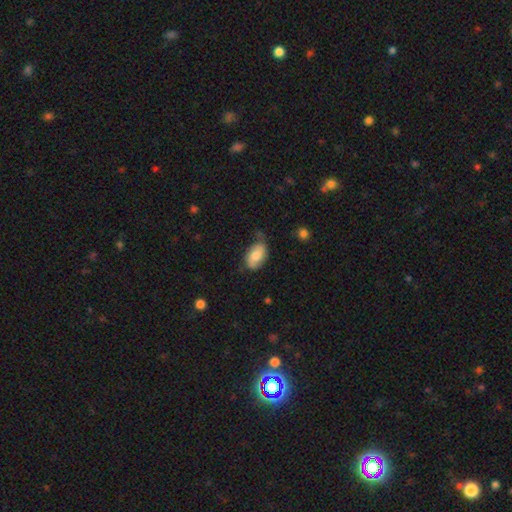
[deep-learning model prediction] A smooth galaxy with no disk features (70%) that is in between round and cigar-shaped (92%). Merging: none (56%).